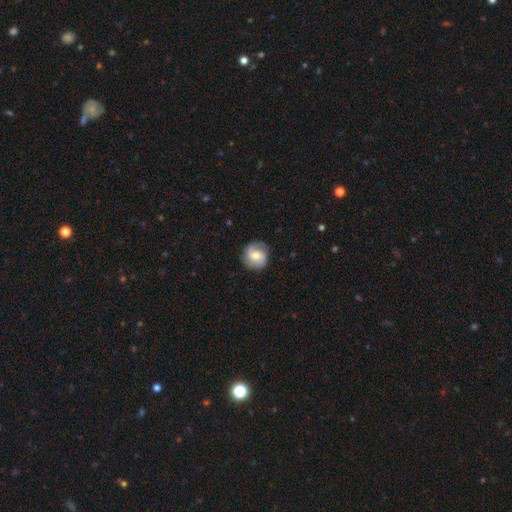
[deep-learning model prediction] smooth_or_featured: featured or disk (p=0.53) [alt: smooth p=0.39]
disk_edge_on: no (p=0.97) [alt: yes p=0.03]
bar: no (p=0.49) [alt: weak p=0.41]
has_spiral_arms: yes (p=0.87) [alt: no p=0.13]
bulge_size: moderate (p=0.63) [alt: small p=0.29]
merging: none (p=0.80) [alt: minor disturbance p=0.14]